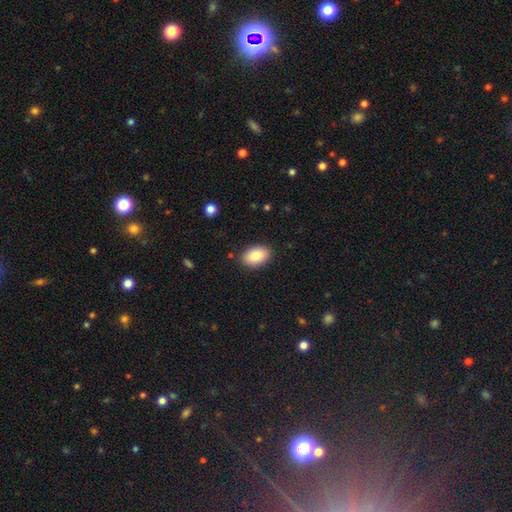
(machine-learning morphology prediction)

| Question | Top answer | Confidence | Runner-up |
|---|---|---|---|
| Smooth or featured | smooth | 85% | featured or disk (8%) |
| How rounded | in between | 91% | round (7%) |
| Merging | none | 88% | minor disturbance (9%) |